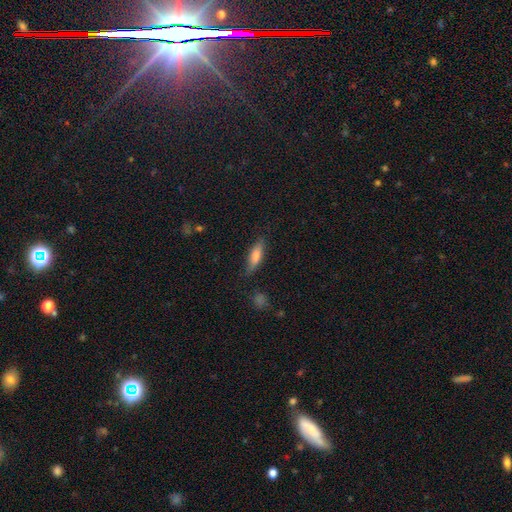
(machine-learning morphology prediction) smooth_or_featured: smooth (p=0.68) [alt: featured or disk p=0.24]
how_rounded: cigar-shaped (p=0.54) [alt: in between p=0.43]
merging: none (p=0.77) [alt: minor disturbance p=0.17]